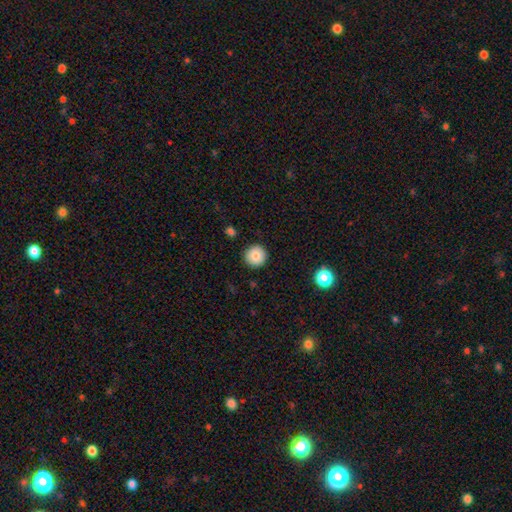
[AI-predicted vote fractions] Smooth or featured? Predicted: smooth (p=0.85). How rounded? Predicted: round (p=0.96). Merging? Predicted: none (p=0.92).